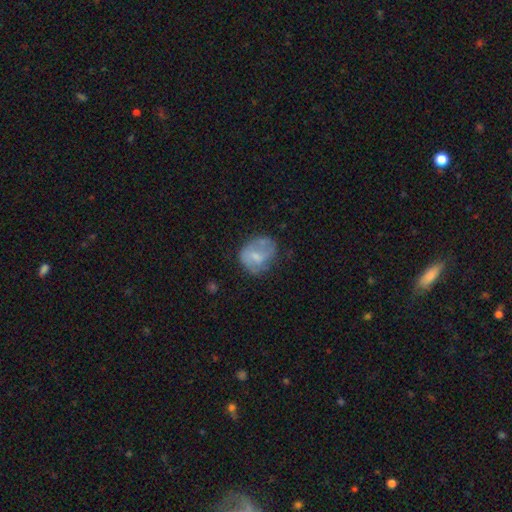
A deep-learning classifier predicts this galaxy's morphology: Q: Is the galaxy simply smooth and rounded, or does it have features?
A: smooth — 50%.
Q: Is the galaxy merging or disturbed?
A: none — 48%.